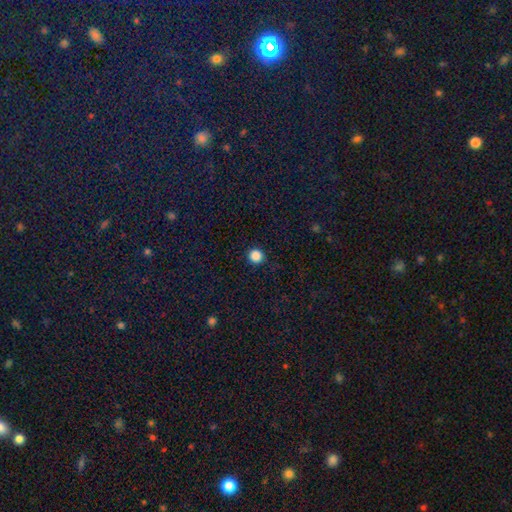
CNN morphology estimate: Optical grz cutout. It shows a smooth galaxy with no disk features (86%) that is round (93%). Merging: none (92%).